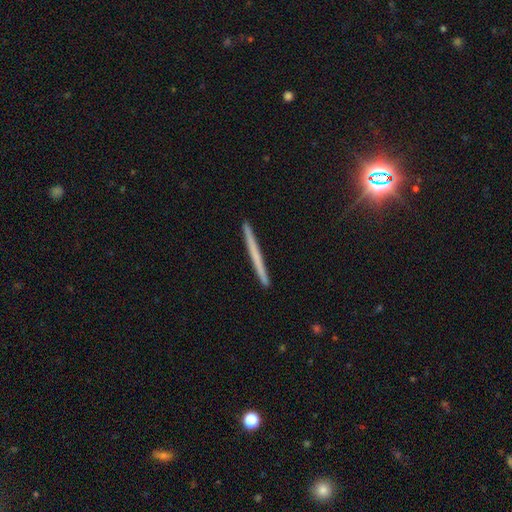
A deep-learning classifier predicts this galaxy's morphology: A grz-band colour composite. It shows a featured or disk galaxy (46%). Merging: none (92%).